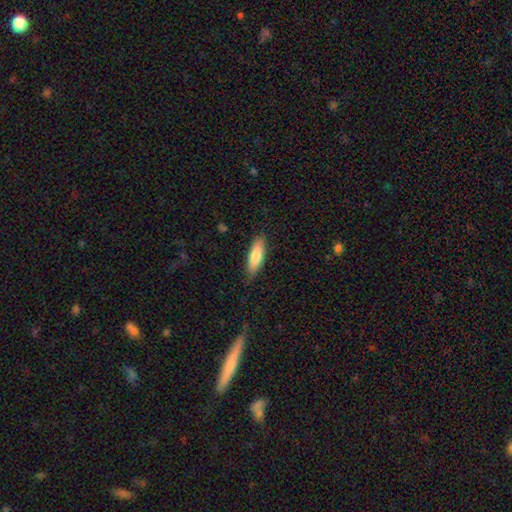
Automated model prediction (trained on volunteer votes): Q: Smooth or featured?
A: smooth (78%); runner-up: featured or disk (17%)
Q: How rounded?
A: cigar-shaped (51%); runner-up: in between (47%)
Q: Merging?
A: none (82%); runner-up: minor disturbance (15%)